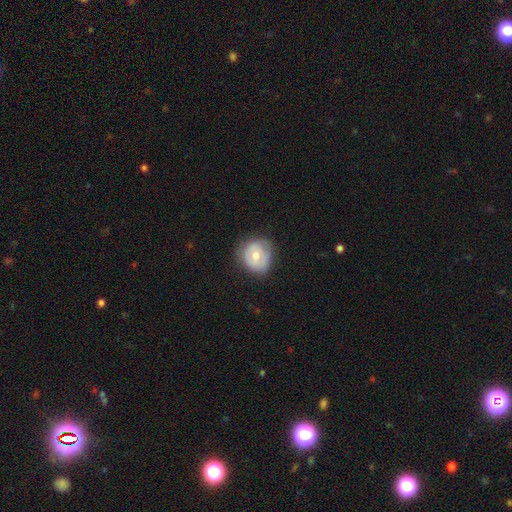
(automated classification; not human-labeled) Overall: smooth (58%; featured or disk 35%). How rounded: round (79%). Merging: none (69%).